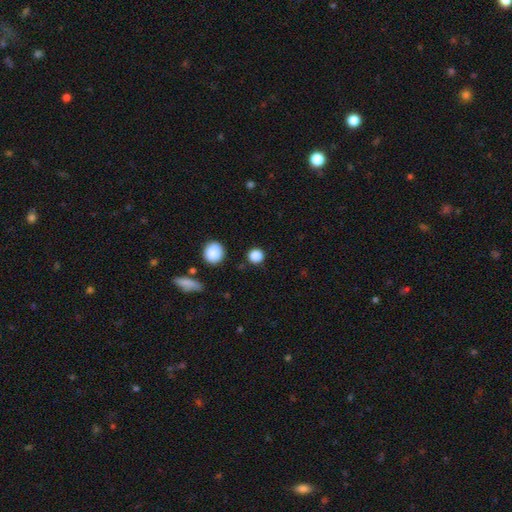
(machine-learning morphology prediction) Q: Smooth or featured?
A: smooth (86%); runner-up: star or artifact (11%)
Q: How rounded?
A: round (92%); runner-up: in between (7%)
Q: Merging?
A: none (88%); runner-up: minor disturbance (7%)